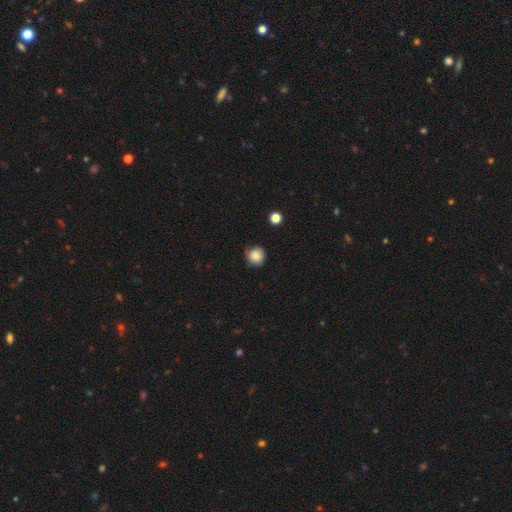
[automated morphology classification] smooth 85%, star or artifact 10%, featured or disk 5%. Down the decision tree: how rounded — round (93%); merging — none (79%).